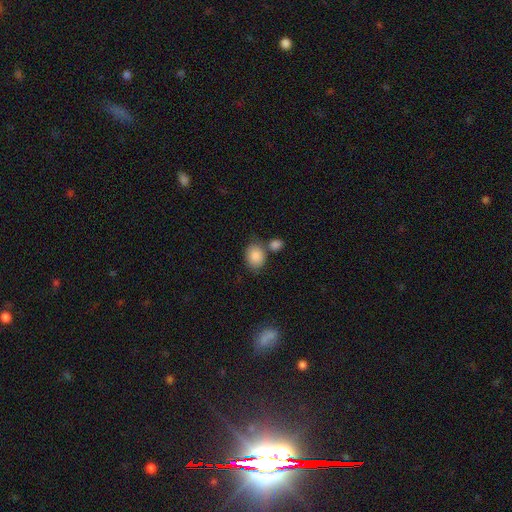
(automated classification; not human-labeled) This appears to be a smooth galaxy with no disk features (87%) that is in between round and cigar-shaped (58%). Merging: none (58%).